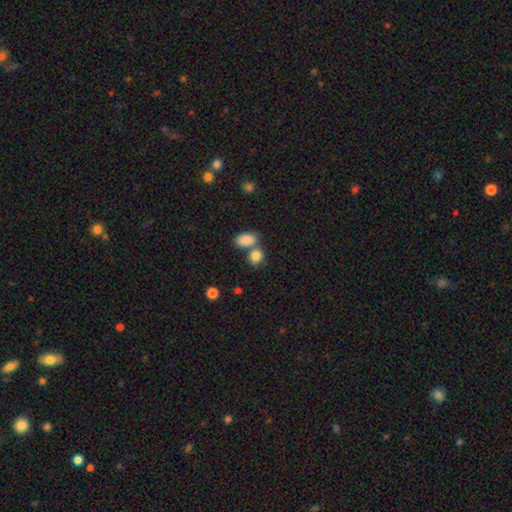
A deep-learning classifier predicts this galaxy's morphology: This is clearly a smooth galaxy (85%). How rounded: possibly in between (50%). Merging: possibly none (49%).